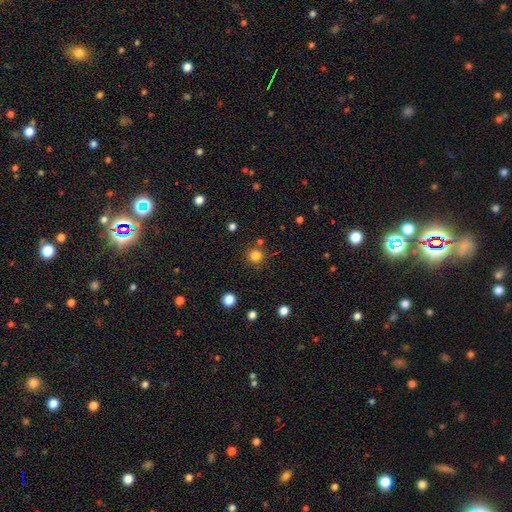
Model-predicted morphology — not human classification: Smooth or featured: smooth — 82% (star or artifact — 14%)
How rounded: round — 94% (in between — 5%)
Merging: none — 84% (minor disturbance — 8%)